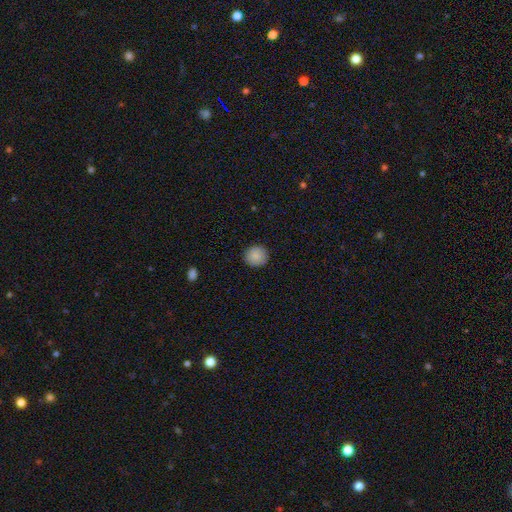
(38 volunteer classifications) Smooth or featured: smooth — 84% (featured or disk — 11%)
How rounded: round — 91% (in between — 9%)
Merging: none — 92% (merger — 6%)